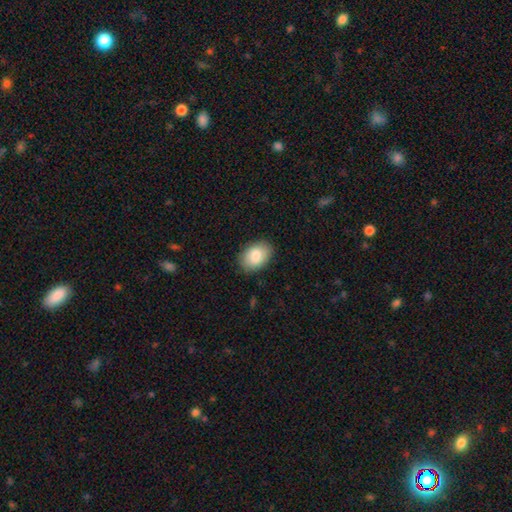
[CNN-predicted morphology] Smooth or featured? smooth (82%)
How rounded? in between (87%)
Merging? none (86%)